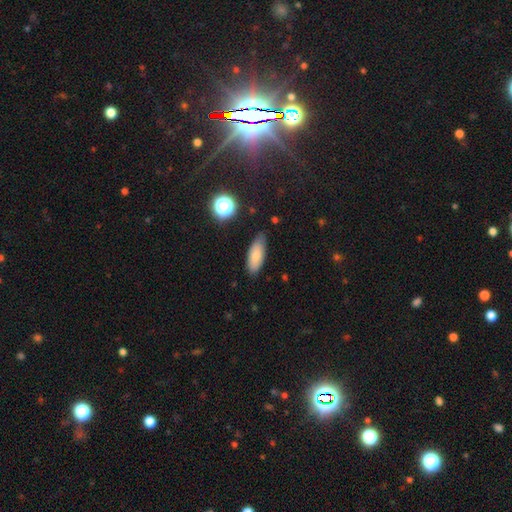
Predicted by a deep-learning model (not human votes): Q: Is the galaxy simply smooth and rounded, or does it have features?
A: smooth — 78%.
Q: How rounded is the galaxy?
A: in between — 73%.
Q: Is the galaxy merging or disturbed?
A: none — 73%.